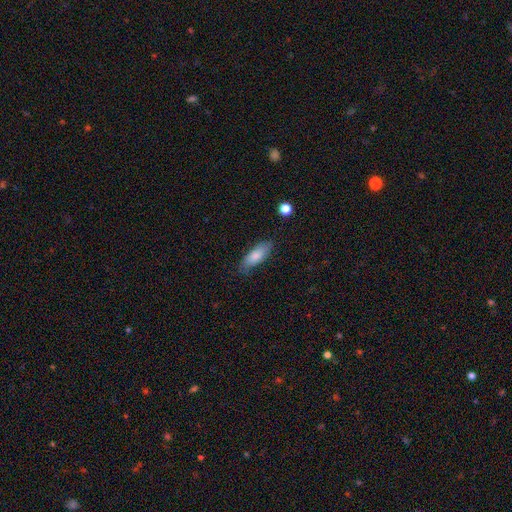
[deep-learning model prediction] Overall: smooth (81%). How rounded: in between (73%). Merging: none (76%).